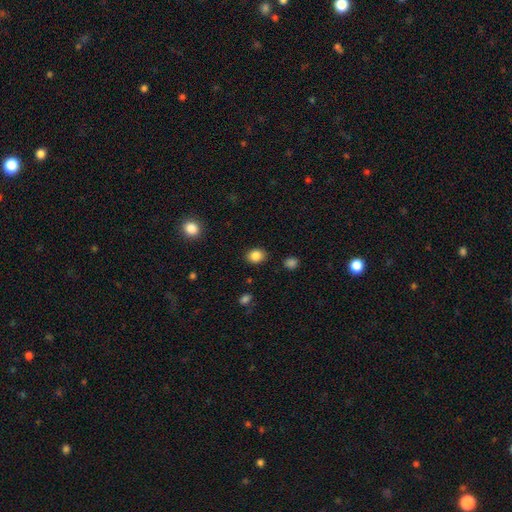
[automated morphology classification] This appears to be a smooth galaxy with no disk features (86%) that is round (55%). Merging: none (87%).